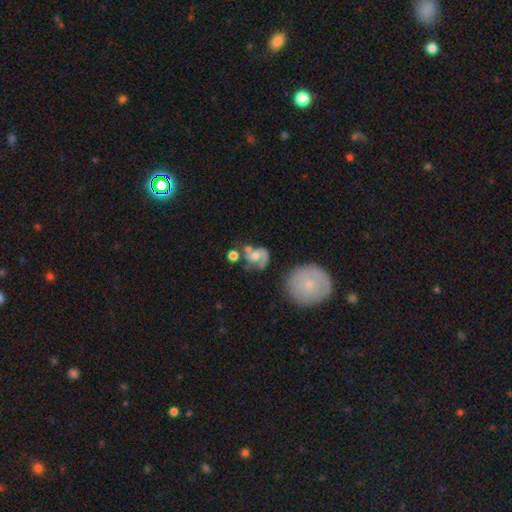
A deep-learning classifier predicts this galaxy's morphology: Smooth or featured: featured or disk — 70% (smooth — 22%)
Edge-on disk: no — 98% (yes — 2%)
Bar: no — 59% (weak — 33%)
Spiral arms: yes — 89% (no — 11%)
Spiral winding: medium — 46% (loose — 31%)
Spiral arm count: 2 — 65% (1 — 23%)
Bulge size: moderate — 50% (small — 32%)
Merging: none — 41% (merger — 20%)